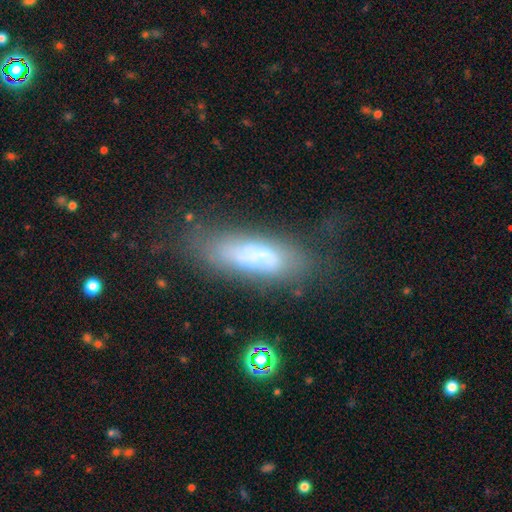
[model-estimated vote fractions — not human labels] This is possibly a smooth galaxy (46%). Merging: possibly none (51%).